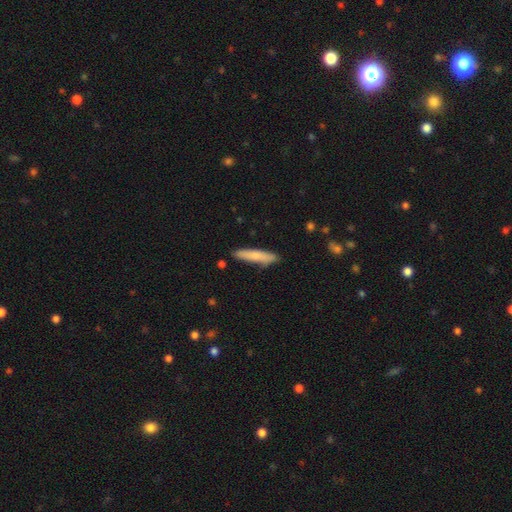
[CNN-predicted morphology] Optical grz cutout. It shows a smooth galaxy with no disk features (76%) that is cigar-shaped (90%). Merging: none (86%).